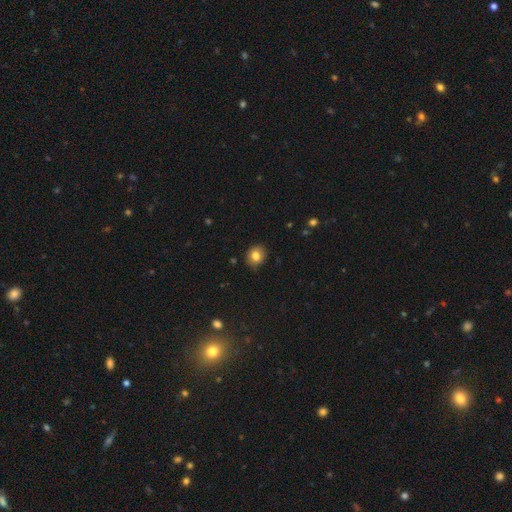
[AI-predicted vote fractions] Smooth or featured?
  - smooth: 82% *
  - star or artifact: 10%
  - featured or disk: 8%
How rounded?
  - round: 69% *
  - in between: 30%
  - cigar-shaped: 1%
Merging?
  - none: 87% *
  - minor disturbance: 10%
  - major disturbance: 2%
  - merger: 1%